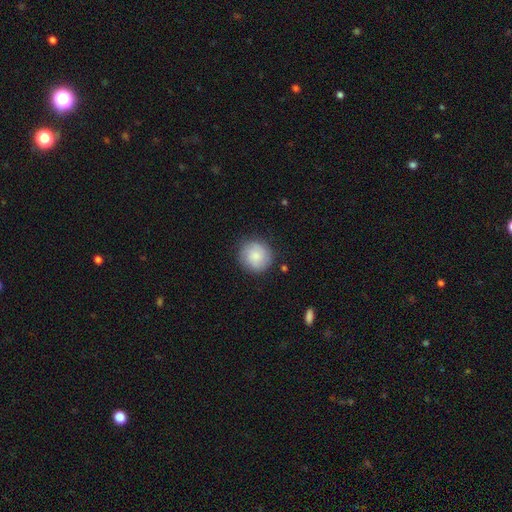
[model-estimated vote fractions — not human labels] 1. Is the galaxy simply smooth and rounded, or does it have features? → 78% smooth, 15% featured or disk, 7% star or artifact.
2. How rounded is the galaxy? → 92% round, 7% in between, 1% cigar-shaped.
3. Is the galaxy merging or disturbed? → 84% none, 11% minor disturbance, 3% major disturbance, 1% merger.